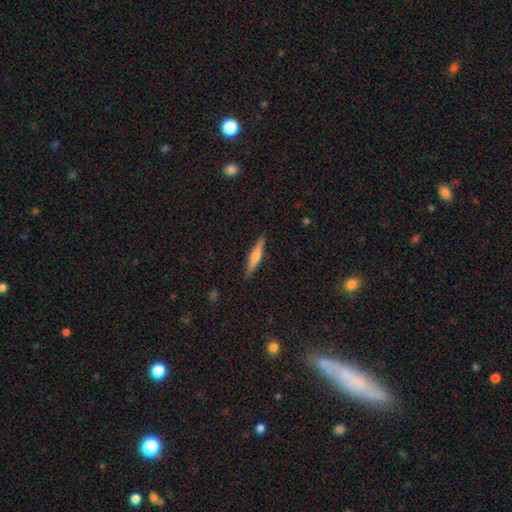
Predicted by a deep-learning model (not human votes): This is possibly a featured or disk galaxy (52%). It is clearly viewed edge-on (97%). Edge-on bulge: clearly rounded (81%). Merging: clearly none (90%).